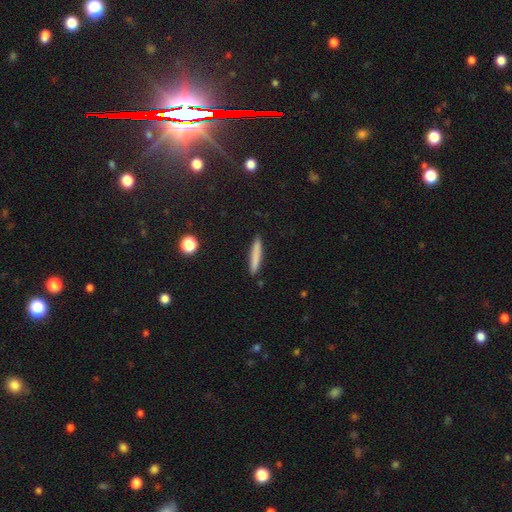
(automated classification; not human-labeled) smooth-or-featured: smooth: 80% | featured or disk: 13% | star or artifact: 7%
  how-rounded: cigar-shaped: 93% | in between: 5% | round: 1%
  merging: none: 90% | minor disturbance: 7% | major disturbance: 2% | merger: 1%